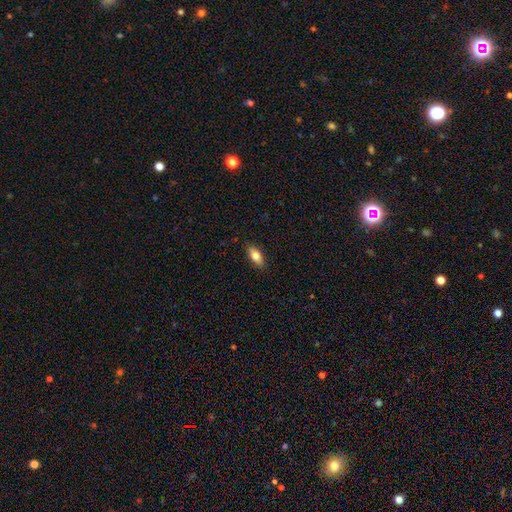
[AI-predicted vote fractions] Q: Smooth or featured?
A: smooth (76%); runner-up: featured or disk (17%)
Q: How rounded?
A: in between (82%); runner-up: cigar-shaped (15%)
Q: Merging?
A: none (88%); runner-up: minor disturbance (9%)